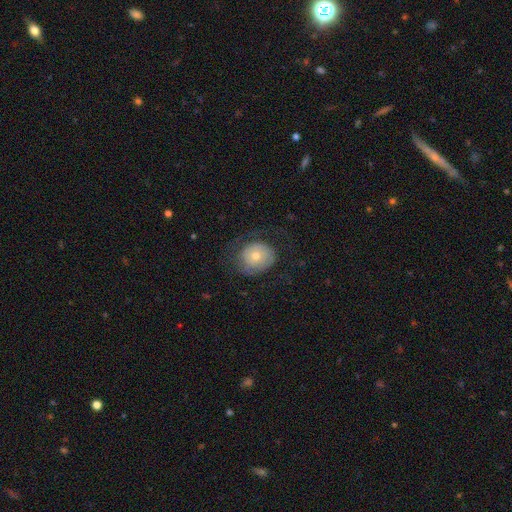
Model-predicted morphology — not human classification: Smooth or featured: smooth — 53% (featured or disk — 38%)
How rounded: round — 73% (in between — 26%)
Merging: none — 61% (minor disturbance — 19%)